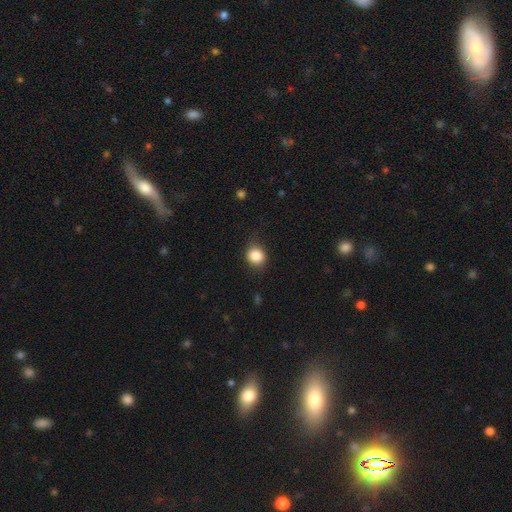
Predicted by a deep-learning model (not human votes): Q: Smooth or featured?
A: smooth (86%); runner-up: star or artifact (9%)
Q: How rounded?
A: round (74%); runner-up: in between (25%)
Q: Merging?
A: none (75%); runner-up: minor disturbance (18%)